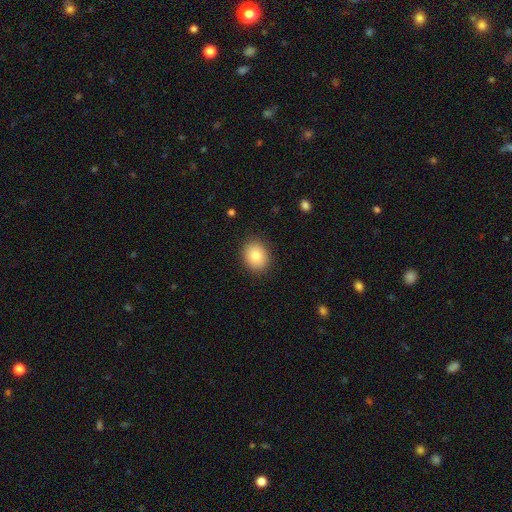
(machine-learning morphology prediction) Smooth or featured: smooth — 82% (featured or disk — 9%)
How rounded: round — 58% (in between — 41%)
Merging: none — 89% (minor disturbance — 8%)